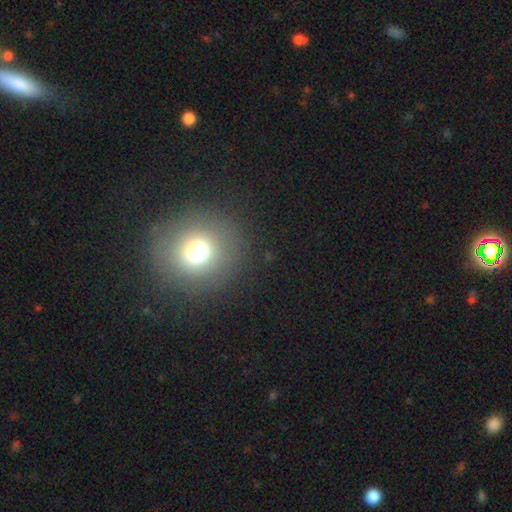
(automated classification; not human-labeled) Morphology: type=smooth (67%); roundness=round (90%); merging=none (90%).